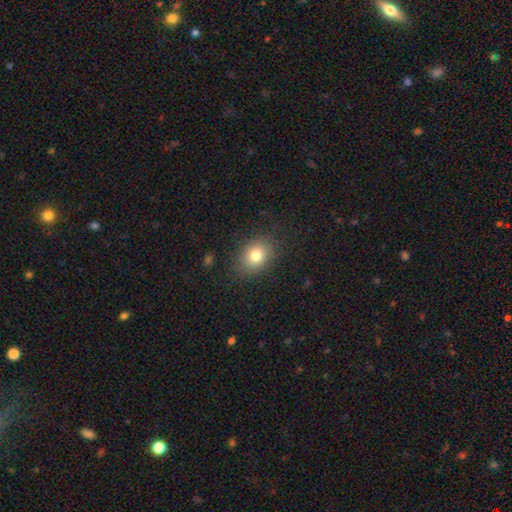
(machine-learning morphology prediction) This appears to be a smooth galaxy with no disk features (79%) that is in between round and cigar-shaped (53%). Merging: none (85%).